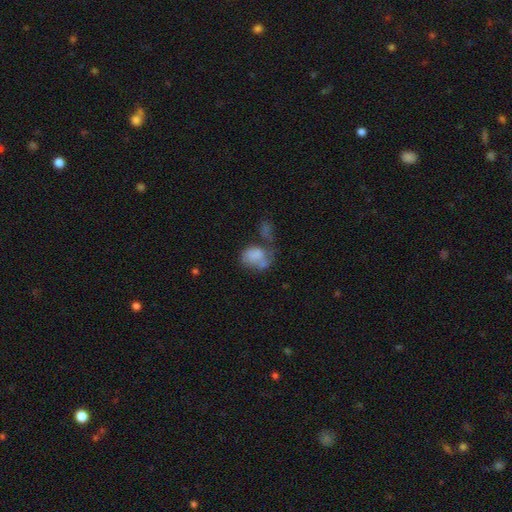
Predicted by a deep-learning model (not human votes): smooth-or-featured: smooth: 70% | featured or disk: 20% | star or artifact: 10%
  how-rounded: in between: 70% | round: 29% | cigar-shaped: 1%
  merging: merger: 35% | major disturbance: 25% | none: 22% | minor disturbance: 18%